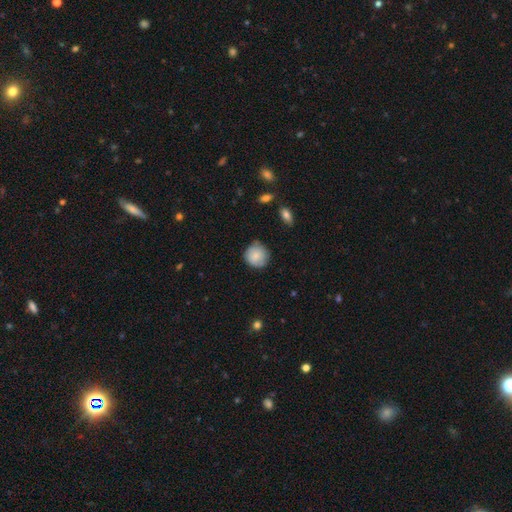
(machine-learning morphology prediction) Smooth or featured: smooth — 82% (featured or disk — 11%)
How rounded: round — 92% (in between — 7%)
Merging: none — 76% (minor disturbance — 19%)